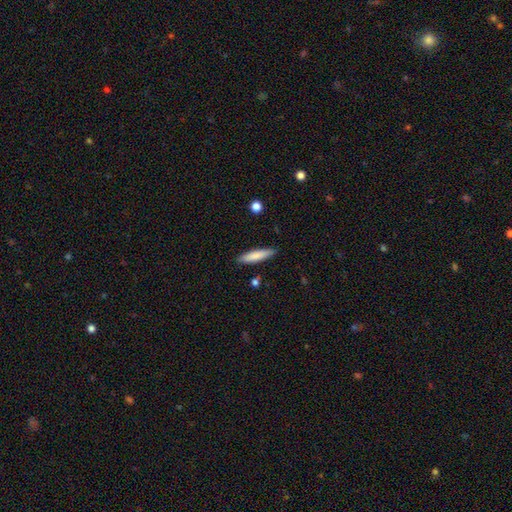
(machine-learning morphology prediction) smooth 80%, featured or disk 14%, star or artifact 6%. Down the decision tree: how rounded — cigar-shaped (83%); merging — none (88%).